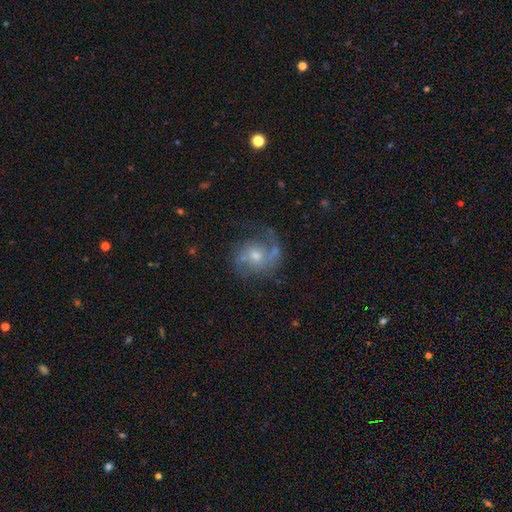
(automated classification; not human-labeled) A featured or disk galaxy (75%) with no bar (65%), 2 (72%) medium (48%) spiral arms (92%) and a moderate central bulge (51%). Merging: none (65%).